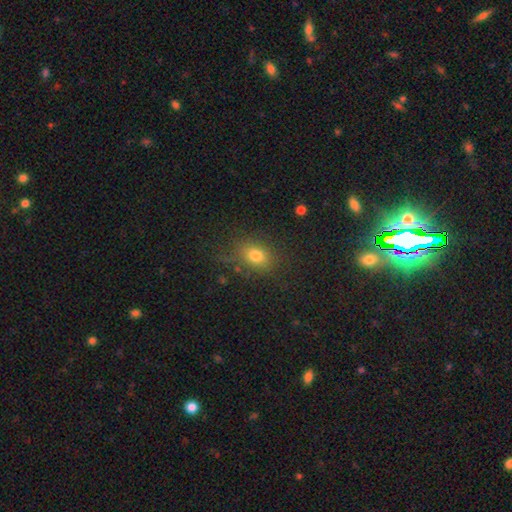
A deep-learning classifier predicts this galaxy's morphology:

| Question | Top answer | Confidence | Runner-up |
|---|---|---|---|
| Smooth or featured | smooth | 76% | star or artifact (14%) |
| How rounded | in between | 60% | round (38%) |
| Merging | none | 74% | minor disturbance (16%) |